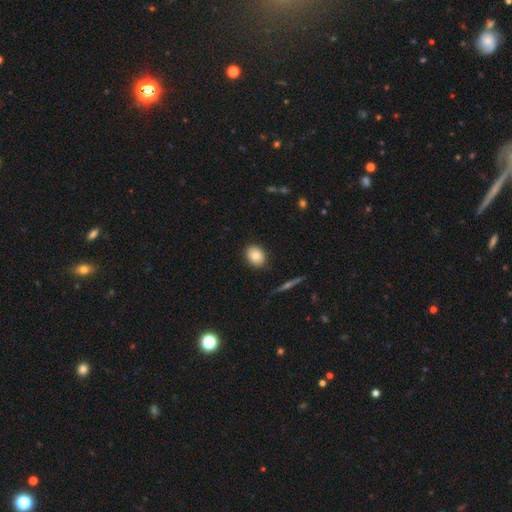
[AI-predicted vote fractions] Smooth or featured? Predicted: smooth (p=0.82). How rounded? Predicted: in between (p=0.59). Merging? Predicted: none (p=0.88).